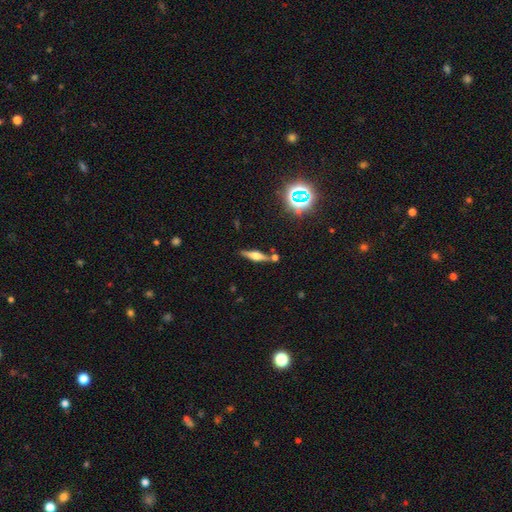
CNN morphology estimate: Smooth or featured?
  - featured or disk: 59% *
  - smooth: 29%
  - star or artifact: 12%
Edge-on disk?
  - yes: 95% *
  - no: 5%
Edge-on bulge?
  - rounded: 81% *
  - boxy: 16%
  - none: 3%
Merging?
  - none: 75% *
  - minor disturbance: 11%
  - merger: 11%
  - major disturbance: 3%